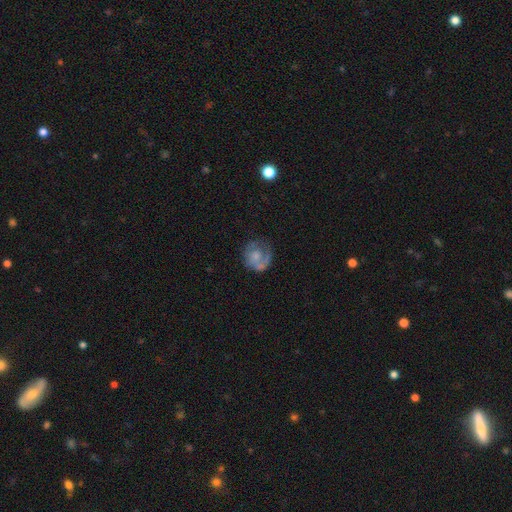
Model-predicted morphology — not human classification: Smooth or featured: featured or disk — 47% (smooth — 45%)
Merging: none — 53% (minor disturbance — 22%)